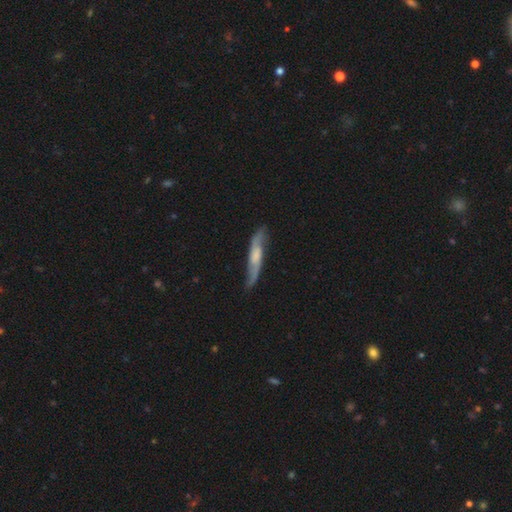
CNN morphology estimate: smooth-or-featured: featured or disk: 66% | smooth: 28% | star or artifact: 6%
  disk-edge-on: no: 54% | yes: 46%
  merging: none: 72% | minor disturbance: 20% | major disturbance: 6% | merger: 2%